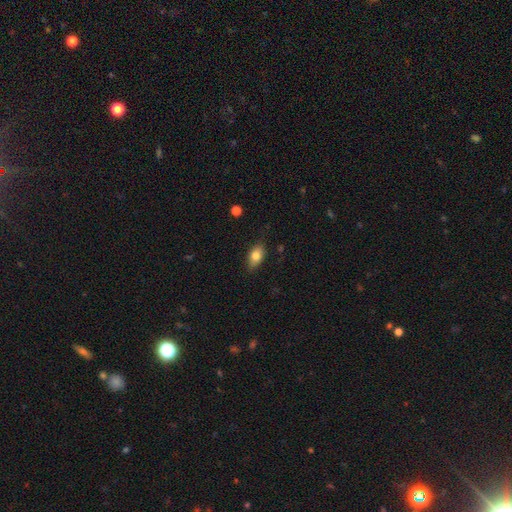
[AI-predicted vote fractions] Overall: smooth (78%). How rounded: in between (86%). Merging: none (81%).